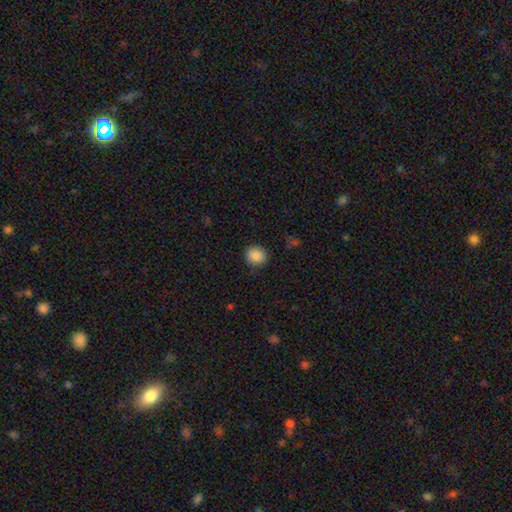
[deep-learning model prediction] A smooth galaxy with no disk features (88%) that is round (81%).

Vote fractions:
- Smooth or featured? smooth: 88% / star or artifact: 9% / featured or disk: 3%
- How rounded? round: 81% / in between: 18% / cigar-shaped: 1%
- Merging? none: 85% / minor disturbance: 10% / major disturbance: 3% / merger: 1%